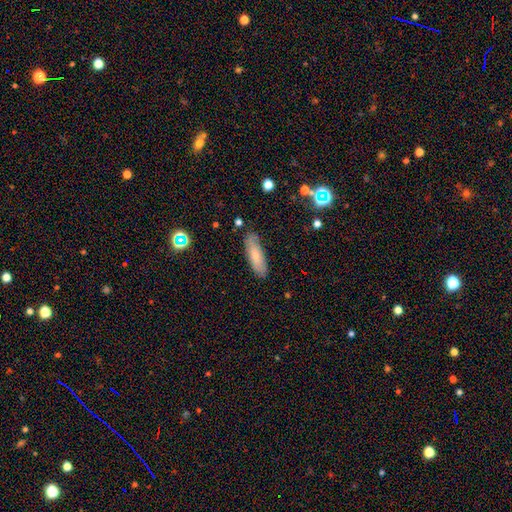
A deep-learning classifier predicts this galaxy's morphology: This is likely a smooth galaxy (74%). How rounded: possibly cigar-shaped (52%). Merging: clearly none (83%).